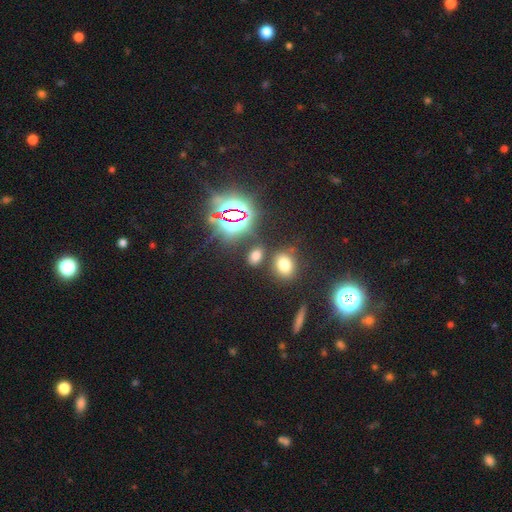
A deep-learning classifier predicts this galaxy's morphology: This is possibly a smooth galaxy (58%). How rounded: likely in between (73%). Merging: likely none (75%).